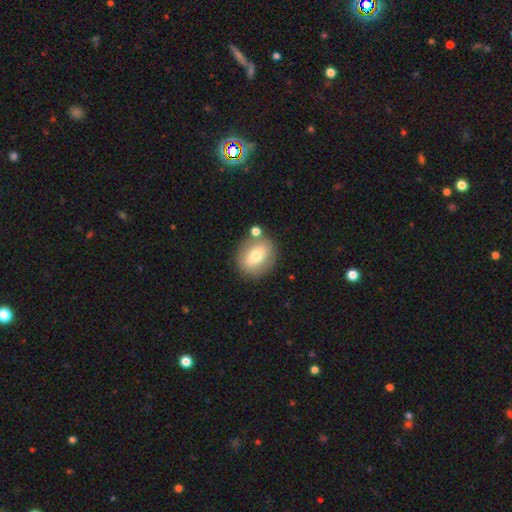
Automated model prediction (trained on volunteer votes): smooth_or_featured: smooth (p=0.63) [alt: featured or disk p=0.29]
how_rounded: round (p=0.56) [alt: in between p=0.42]
merging: none (p=0.74) [alt: minor disturbance p=0.11]